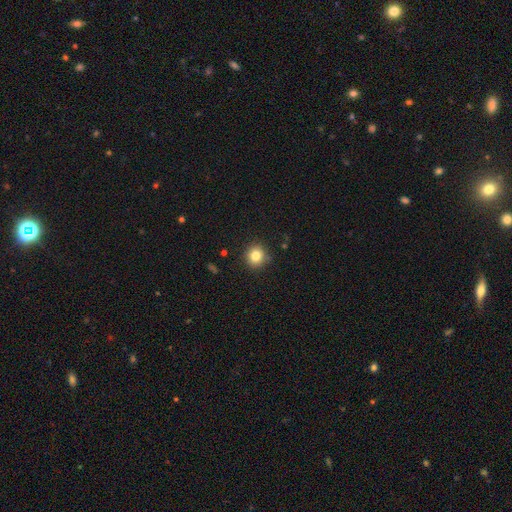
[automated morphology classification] Smooth or featured? smooth (82%)
How rounded? round (92%)
Merging? none (88%)